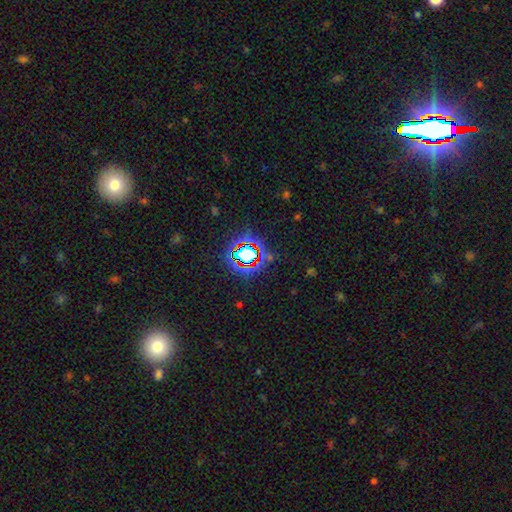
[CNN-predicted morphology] smooth-or-featured: star or artifact: 73% | smooth: 16% | featured or disk: 11%